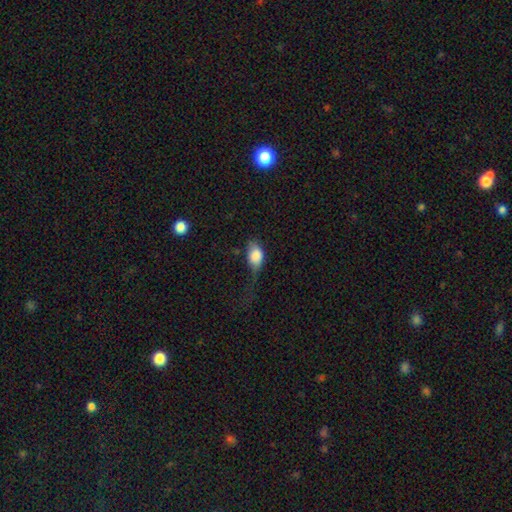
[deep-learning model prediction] smooth_or_featured: smooth (p=0.82) [alt: featured or disk p=0.11]
how_rounded: in between (p=0.81) [alt: round p=0.16]
merging: major disturbance (p=0.39) [alt: minor disturbance p=0.33]